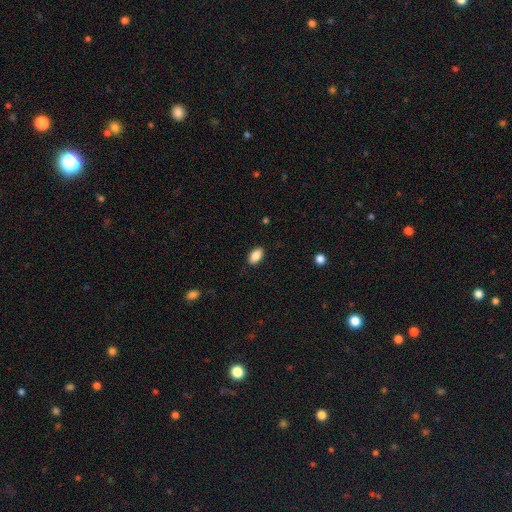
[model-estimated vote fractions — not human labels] Smooth or featured?
  - smooth: 88% *
  - star or artifact: 7%
  - featured or disk: 5%
How rounded?
  - in between: 93% *
  - round: 4%
  - cigar-shaped: 3%
Merging?
  - none: 87% *
  - minor disturbance: 10%
  - major disturbance: 2%
  - merger: 1%